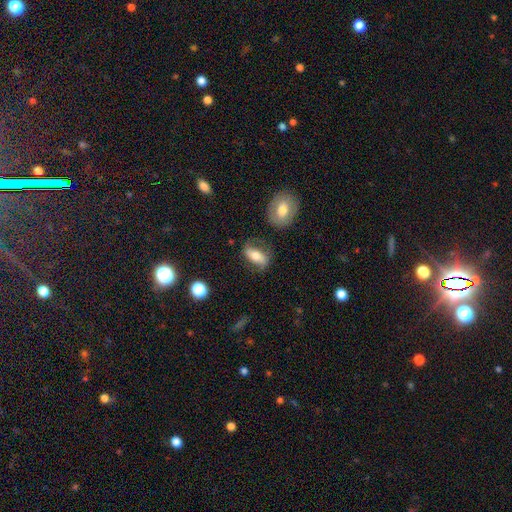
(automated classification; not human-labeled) Q: Smooth or featured?
A: smooth (50%); runner-up: featured or disk (42%)
Q: Merging?
A: none (65%); runner-up: minor disturbance (20%)